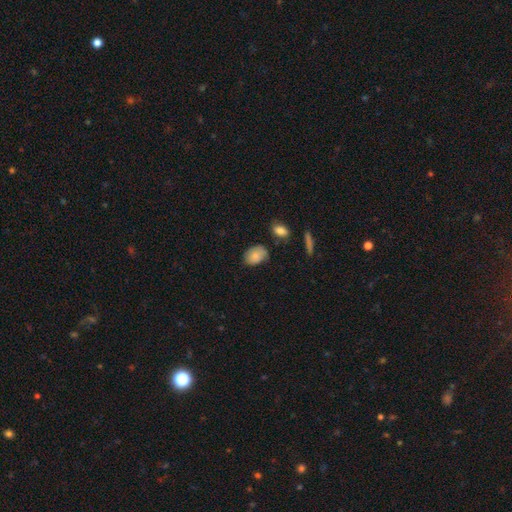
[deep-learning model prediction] Q: Smooth or featured?
A: smooth (82%); runner-up: featured or disk (11%)
Q: How rounded?
A: in between (78%); runner-up: round (21%)
Q: Merging?
A: none (62%); runner-up: minor disturbance (29%)